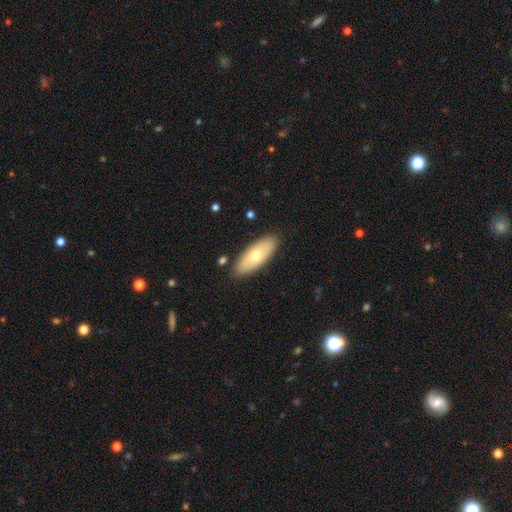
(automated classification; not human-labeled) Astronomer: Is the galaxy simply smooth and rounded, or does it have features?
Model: smooth — 64%.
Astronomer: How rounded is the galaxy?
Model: in between — 78%.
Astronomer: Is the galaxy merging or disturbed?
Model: none — 87%.